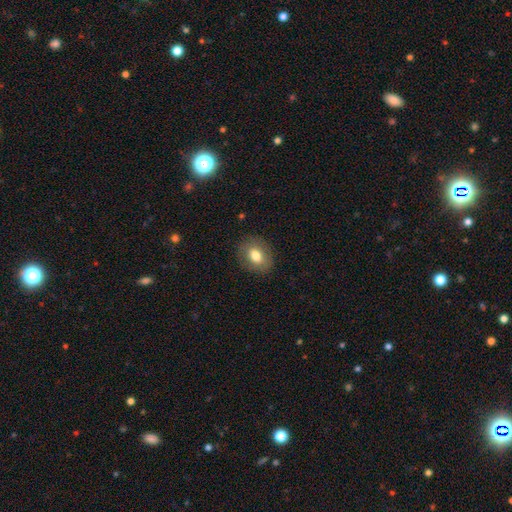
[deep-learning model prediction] Smooth or featured? Predicted: smooth (p=0.76). How rounded? Predicted: in between (p=0.59). Merging? Predicted: none (p=0.86).